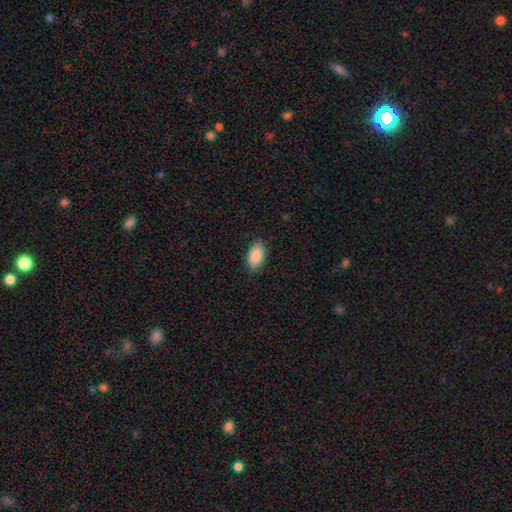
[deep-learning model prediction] smooth_or_featured: smooth (p=0.88) [alt: star or artifact p=0.07]
how_rounded: in between (p=0.94) [alt: round p=0.04]
merging: none (p=0.87) [alt: minor disturbance p=0.10]